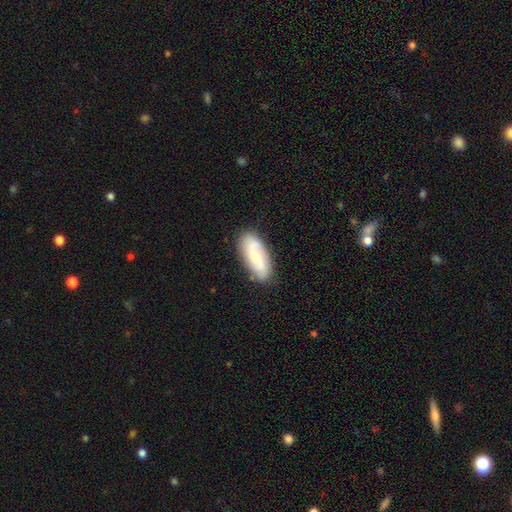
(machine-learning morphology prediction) The model was most divided on "smooth or featured": smooth: 52%, featured or disk: 41%, star or artifact: 7%. More confident: merging — none (83%); how rounded — in between (76%).